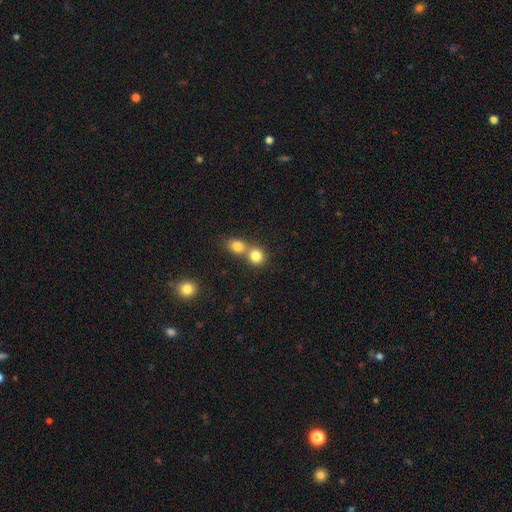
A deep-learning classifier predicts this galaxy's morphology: This appears to be a smooth galaxy with no disk features (82%) that is round (84%). Merging: merger (53%).